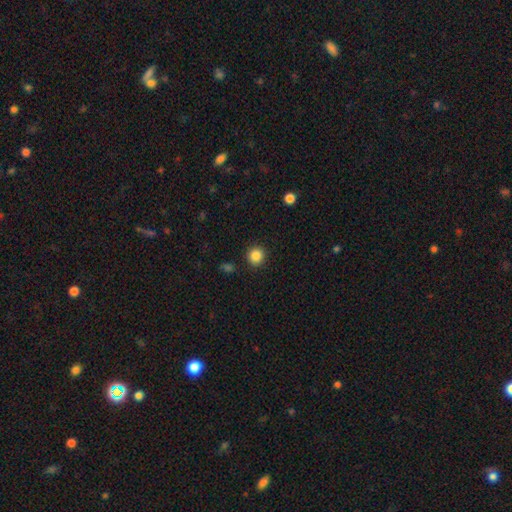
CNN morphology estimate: Overall: smooth (86%). How rounded: round (91%). Merging: none (91%).